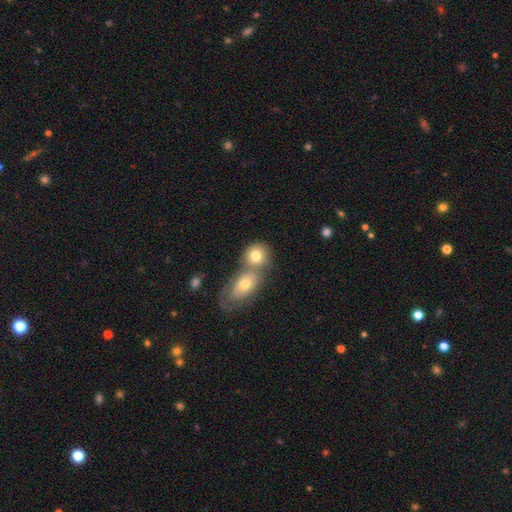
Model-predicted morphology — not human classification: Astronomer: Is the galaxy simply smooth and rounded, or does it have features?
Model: smooth — 72%.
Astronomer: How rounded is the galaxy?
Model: round — 60% (runner-up: in between, 39%).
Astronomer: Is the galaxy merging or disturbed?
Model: merger — 55% (runner-up: none, 32%).